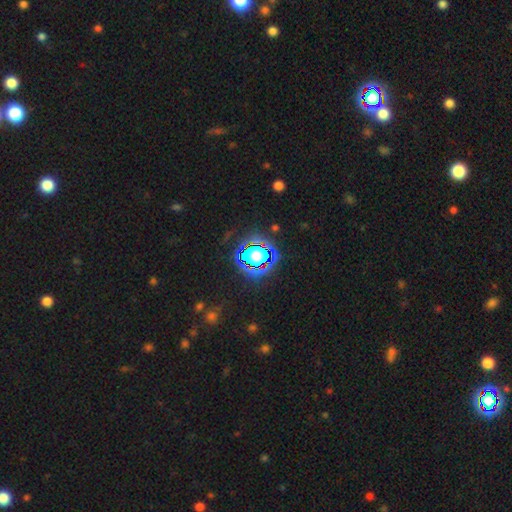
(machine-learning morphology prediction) A star or artifact, not a galaxy (61%).